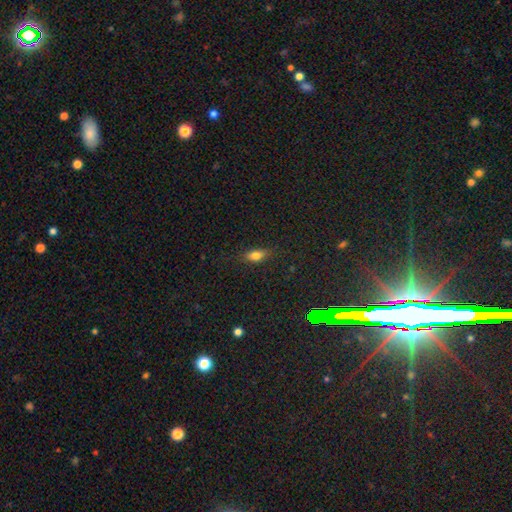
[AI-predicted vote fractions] Smooth or featured? Predicted: smooth (p=0.77). How rounded? Predicted: in between (p=0.77). Merging? Predicted: none (p=0.81).